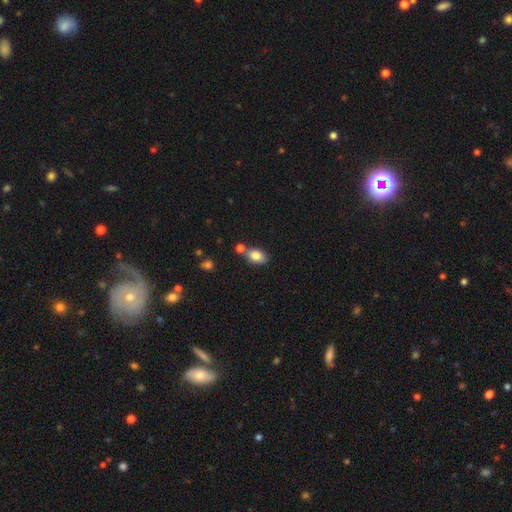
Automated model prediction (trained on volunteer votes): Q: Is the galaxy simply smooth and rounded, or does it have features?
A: smooth — 83%.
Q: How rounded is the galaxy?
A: in between — 84%.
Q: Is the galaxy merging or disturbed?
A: none — 60%.